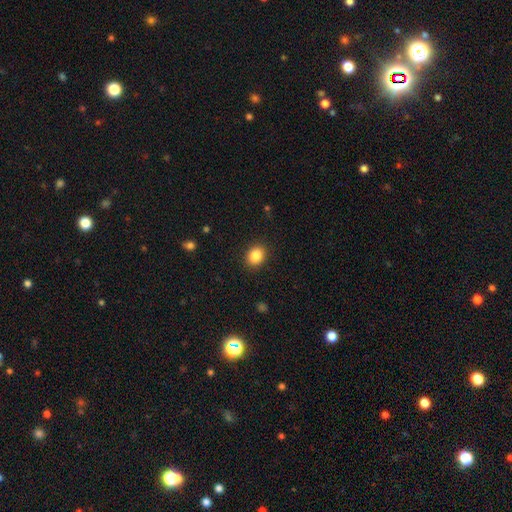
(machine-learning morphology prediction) Q: Smooth or featured?
A: smooth (86%); runner-up: star or artifact (9%)
Q: How rounded?
A: round (53%); runner-up: in between (47%)
Q: Merging?
A: none (90%); runner-up: minor disturbance (7%)